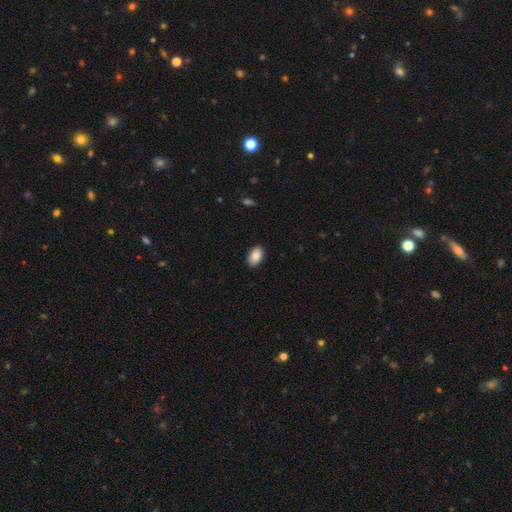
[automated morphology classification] smooth 88%, star or artifact 7%, featured or disk 5%. Down the decision tree: how rounded — in between (91%); merging — none (88%).